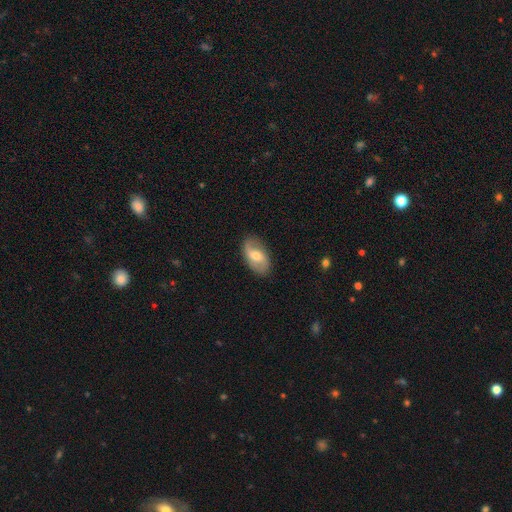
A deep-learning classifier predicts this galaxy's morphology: Smooth or featured? Predicted: featured or disk (p=0.59). Edge-on disk? Predicted: no (p=0.94). Bar? Predicted: weak (p=0.46). Spiral arms? Predicted: yes (p=0.80). Bulge size? Predicted: moderate (p=0.63). Merging? Predicted: none (p=0.82).